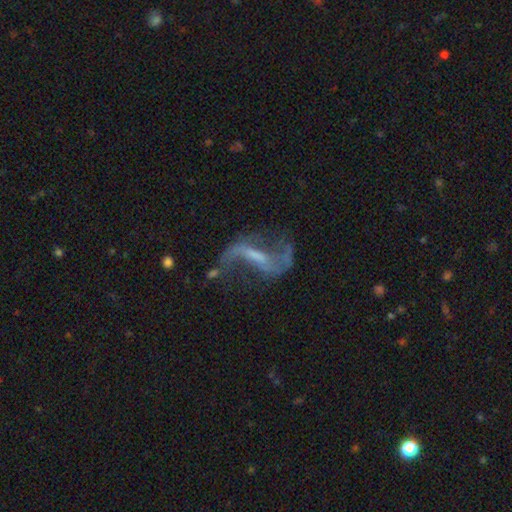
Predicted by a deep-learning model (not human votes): Q: Smooth or featured?
A: featured or disk (84%); runner-up: star or artifact (10%)
Q: Edge-on disk?
A: no (93%); runner-up: yes (7%)
Q: Bar?
A: strong (42%); runner-up: weak (40%)
Q: Spiral arms?
A: yes (92%); runner-up: no (8%)
Q: Spiral winding?
A: loose (81%); runner-up: medium (15%)
Q: Spiral arm count?
A: 2 (89%); runner-up: 1 (4%)
Q: Bulge size?
A: small (56%); runner-up: none (21%)
Q: Merging?
A: none (60%); runner-up: major disturbance (19%)